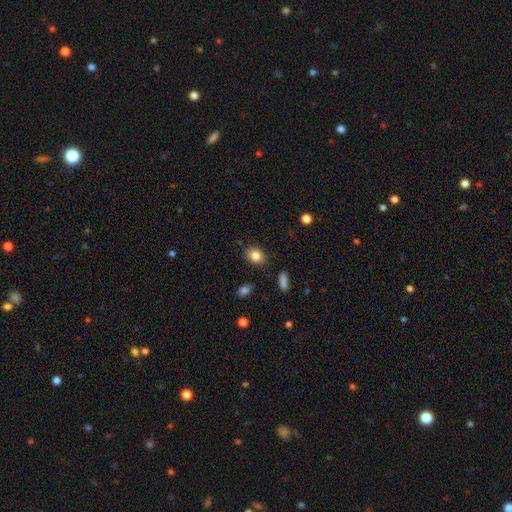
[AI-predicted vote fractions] smooth 83%, star or artifact 9%, featured or disk 8%. Down the decision tree: how rounded — in between (58%); merging — none (86%).